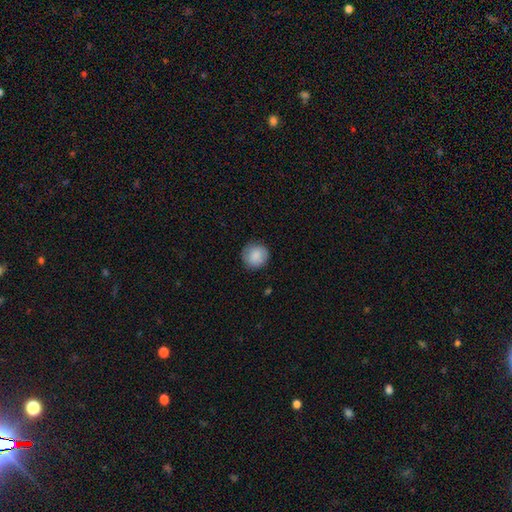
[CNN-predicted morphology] This is clearly a smooth galaxy (87%). How rounded: clearly round (93%). Merging: clearly none (86%).